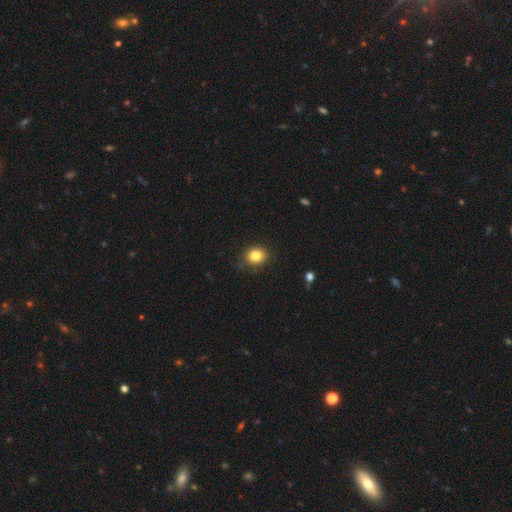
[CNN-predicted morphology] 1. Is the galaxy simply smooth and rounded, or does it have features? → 84% smooth, 10% star or artifact, 6% featured or disk.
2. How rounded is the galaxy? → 61% round, 38% in between, 1% cigar-shaped.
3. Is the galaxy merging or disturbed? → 81% none, 14% minor disturbance, 3% major disturbance, 1% merger.